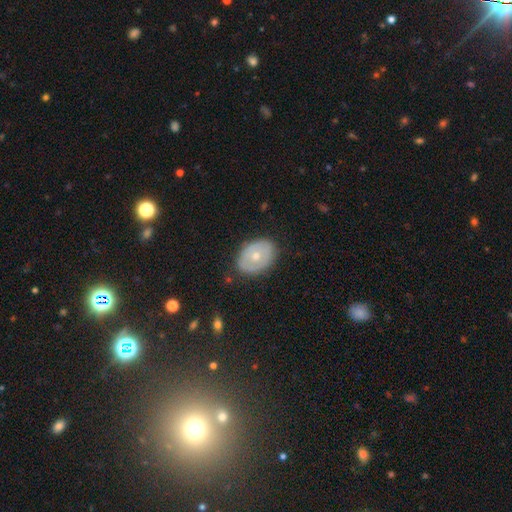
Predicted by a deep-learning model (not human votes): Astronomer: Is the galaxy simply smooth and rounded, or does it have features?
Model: smooth — 49% (runner-up: featured or disk, 44%).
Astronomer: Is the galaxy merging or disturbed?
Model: none — 81%.